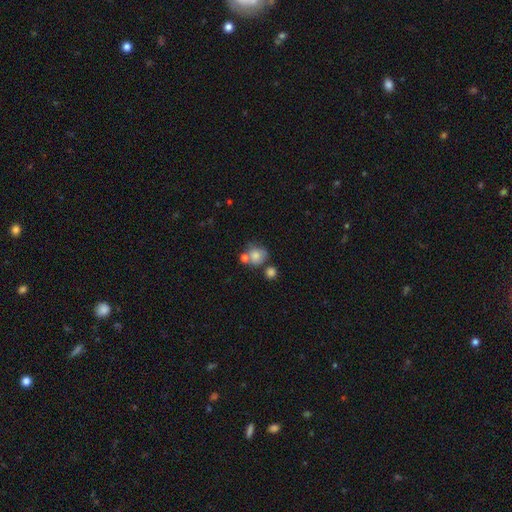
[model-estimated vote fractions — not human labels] Smooth or featured? smooth (77%)
How rounded? round (79%)
Merging? none (49%)